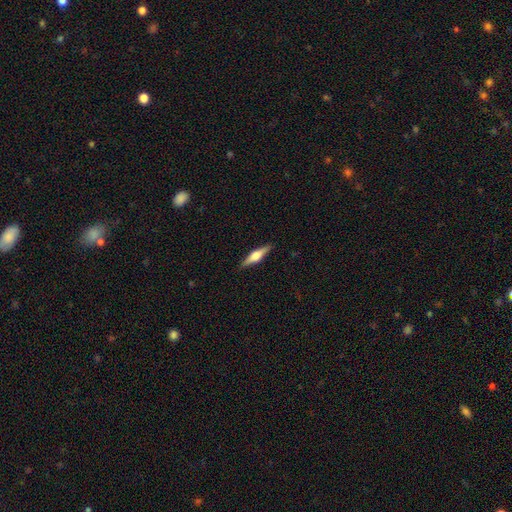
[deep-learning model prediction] A featured or disk galaxy (63%) viewed edge-on (97%) with a rounded central bulge (91%). Merging: none (90%).